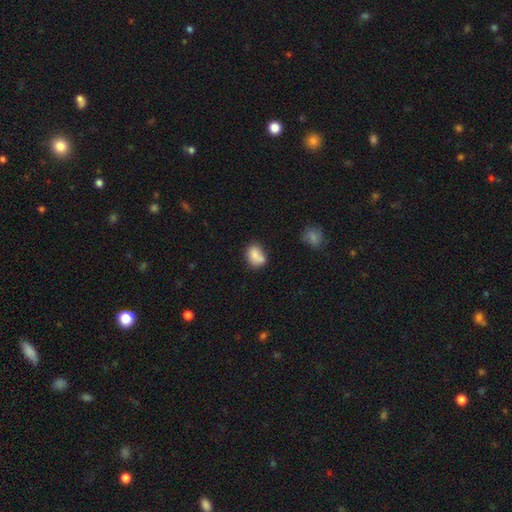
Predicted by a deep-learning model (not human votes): Overall: smooth (78%). How rounded: in between (66%; round 32%). Merging: none (43%; merger 32%).